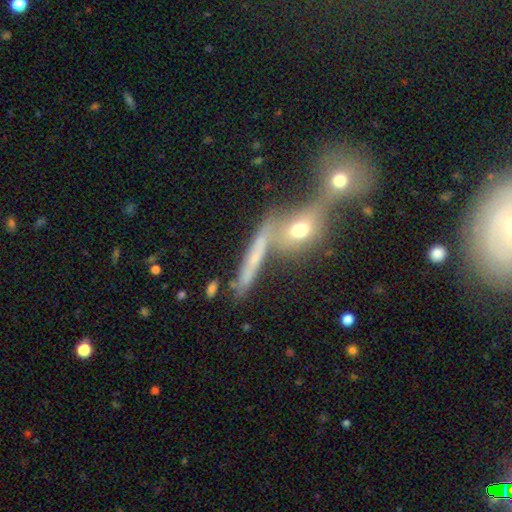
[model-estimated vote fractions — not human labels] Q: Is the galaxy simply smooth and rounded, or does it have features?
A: smooth — 43%.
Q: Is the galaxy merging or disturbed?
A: none — 46%.